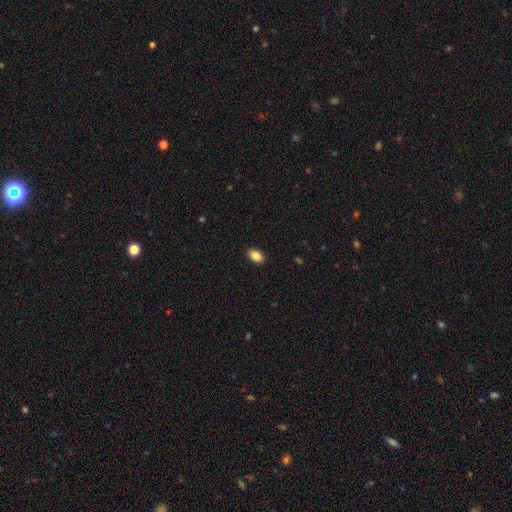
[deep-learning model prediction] Overall: smooth (88%). How rounded: in between (90%). Merging: none (90%).